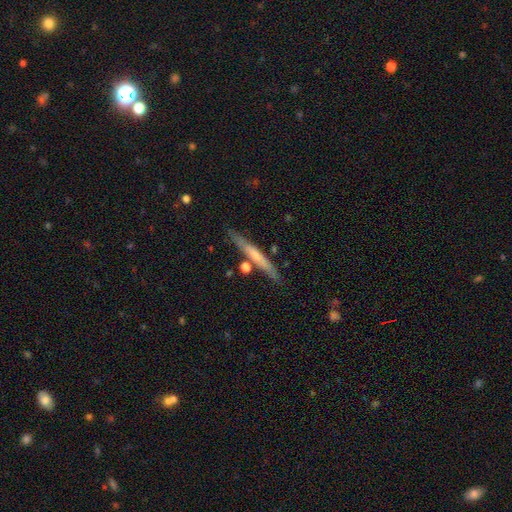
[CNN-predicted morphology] smooth 49%, featured or disk 45%, star or artifact 6%. Down the decision tree: merging — none (81%).